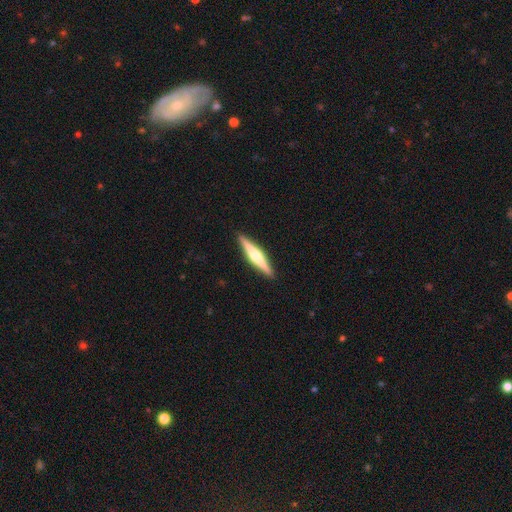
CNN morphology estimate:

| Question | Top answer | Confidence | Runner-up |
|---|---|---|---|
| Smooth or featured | featured or disk | 70% | smooth (25%) |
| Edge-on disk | yes | 98% | no (2%) |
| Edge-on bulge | rounded | 90% | boxy (6%) |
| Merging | none | 92% | minor disturbance (6%) |